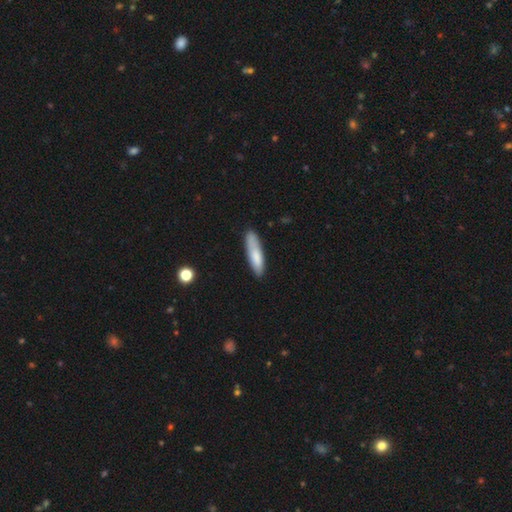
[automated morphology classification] Q: Smooth or featured?
A: smooth (79%); runner-up: featured or disk (15%)
Q: How rounded?
A: cigar-shaped (72%); runner-up: in between (27%)
Q: Merging?
A: none (77%); runner-up: minor disturbance (17%)